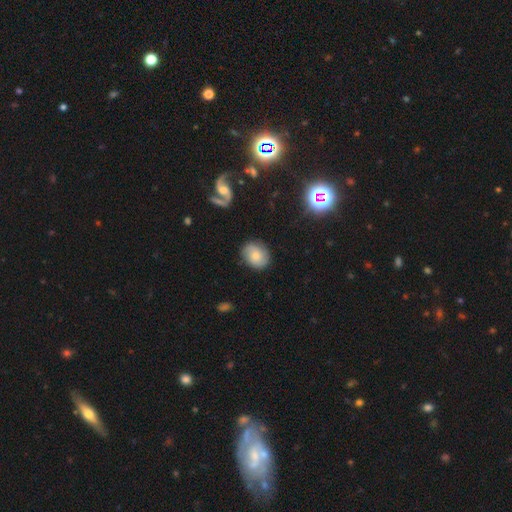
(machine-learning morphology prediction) A smooth galaxy with no disk features (62%) that is round (58%). Merging: none (80%).